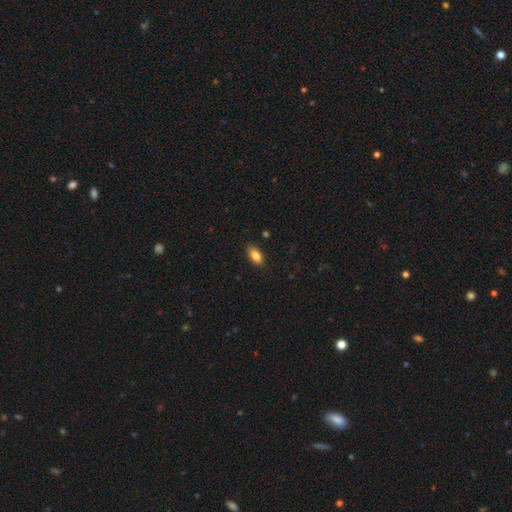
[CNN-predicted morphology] smooth-or-featured: smooth: 84% | featured or disk: 9% | star or artifact: 8%
  how-rounded: in between: 89% | cigar-shaped: 7% | round: 4%
  merging: none: 87% | minor disturbance: 10% | major disturbance: 2% | merger: 1%